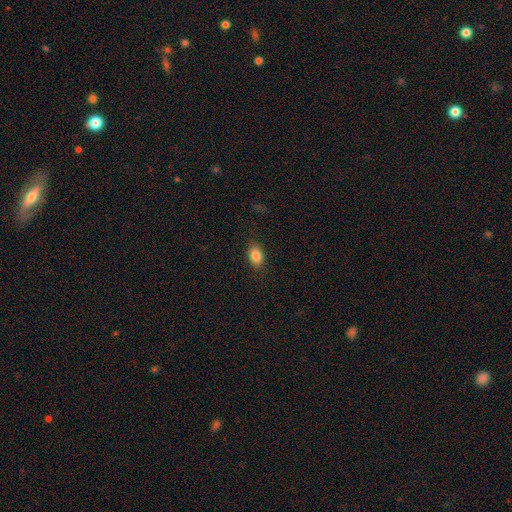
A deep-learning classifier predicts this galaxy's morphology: A smooth galaxy with no disk features (85%) that is in between round and cigar-shaped (83%).

Vote fractions:
- Smooth or featured? smooth: 85% / star or artifact: 8% / featured or disk: 6%
- How rounded? in between: 83% / round: 15% / cigar-shaped: 2%
- Merging? none: 87% / minor disturbance: 9% / major disturbance: 2% / merger: 1%